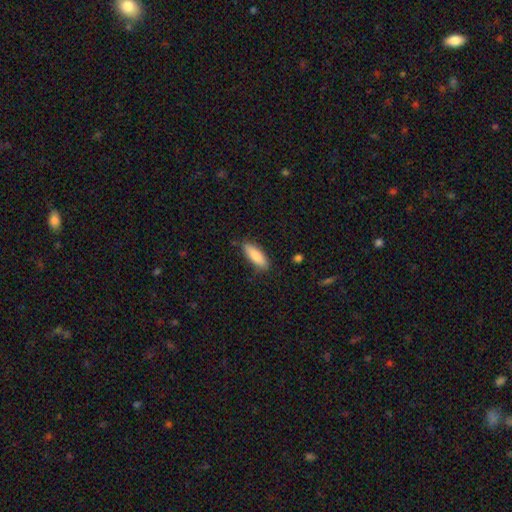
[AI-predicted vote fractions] A smooth galaxy with no disk features (85%) that is in between round and cigar-shaped (59%). Merging: none (83%).